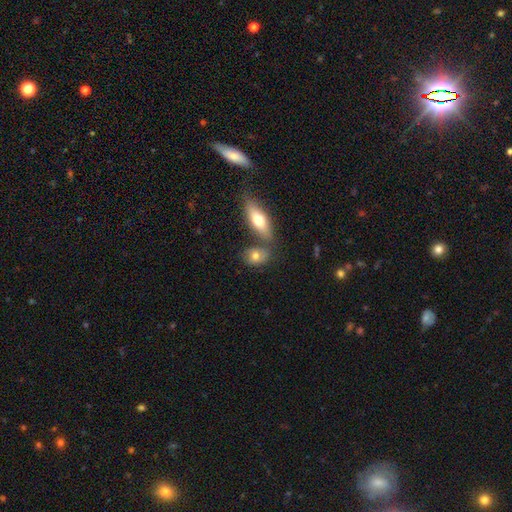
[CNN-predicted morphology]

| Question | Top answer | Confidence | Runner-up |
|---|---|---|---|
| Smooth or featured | smooth | 73% | featured or disk (19%) |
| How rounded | in between | 70% | round (24%) |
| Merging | none | 57% | merger (24%) |